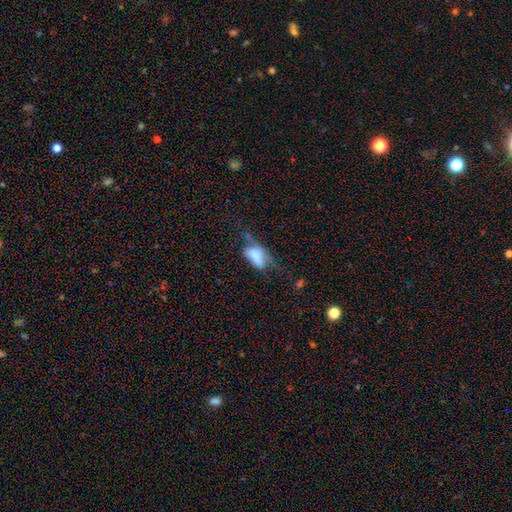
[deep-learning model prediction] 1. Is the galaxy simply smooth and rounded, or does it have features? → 55% smooth, 35% featured or disk, 10% star or artifact.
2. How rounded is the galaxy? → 83% in between, 11% cigar-shaped, 6% round.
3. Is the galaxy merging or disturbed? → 37% major disturbance, 27% minor disturbance, 27% none, 8% merger.